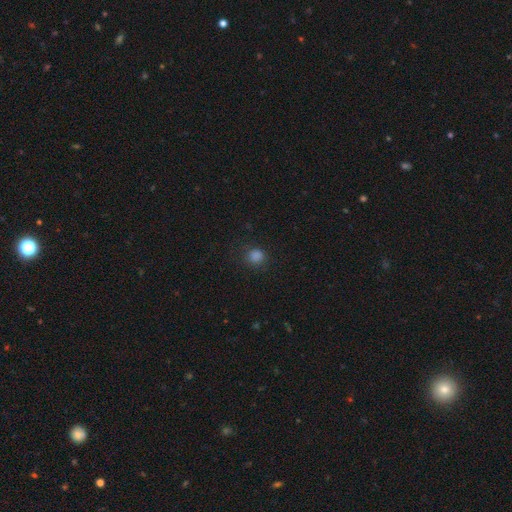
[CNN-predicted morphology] This appears to be a smooth galaxy with no disk features (80%) that is round (86%). Merging: none (84%).